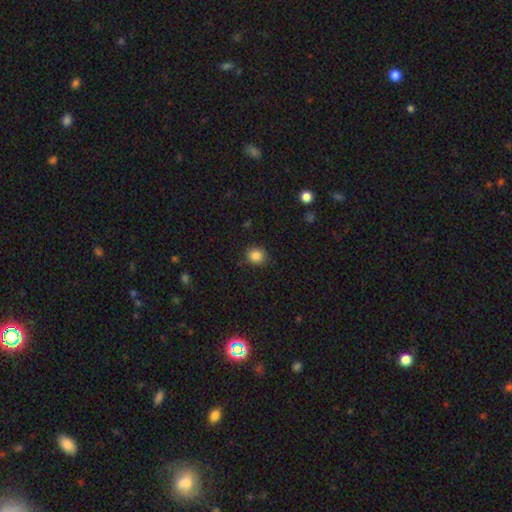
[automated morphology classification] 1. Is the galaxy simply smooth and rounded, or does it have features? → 85% smooth, 11% star or artifact, 4% featured or disk.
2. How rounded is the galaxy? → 84% round, 16% in between, 1% cigar-shaped.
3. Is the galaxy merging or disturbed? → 84% none, 12% minor disturbance, 3% major disturbance, 1% merger.